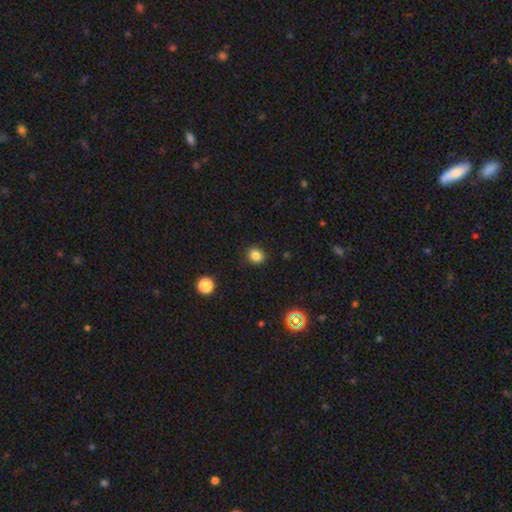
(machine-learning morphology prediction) Overall: smooth (83%). How rounded: round (72%). Merging: none (87%).